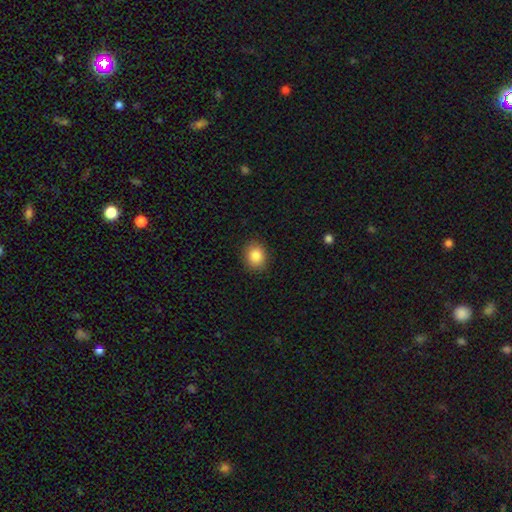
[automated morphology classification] smooth 85%, star or artifact 9%, featured or disk 6%. Down the decision tree: how rounded — round (56%); merging — none (89%).